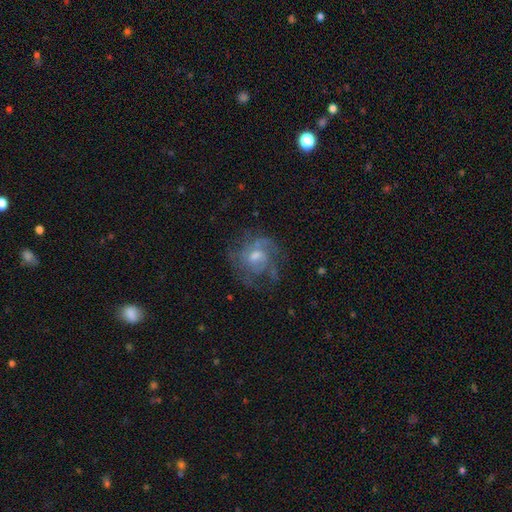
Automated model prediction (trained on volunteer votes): Smooth or featured: featured or disk — 70% (smooth — 19%)
Edge-on disk: no — 97% (yes — 3%)
Bar: no — 62% (weak — 33%)
Spiral arms: yes — 79% (no — 21%)
Spiral winding: tight — 42% (medium — 41%)
Spiral arm count: can't tell — 45% (3 — 19%)
Bulge size: moderate — 57% (small — 31%)
Merging: none — 61% (minor disturbance — 19%)